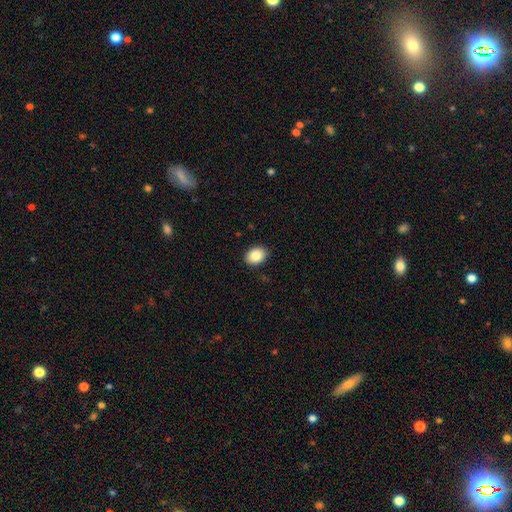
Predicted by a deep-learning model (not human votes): A smooth galaxy with no disk features (88%) that is in between round and cigar-shaped (67%). Merging: none (90%).